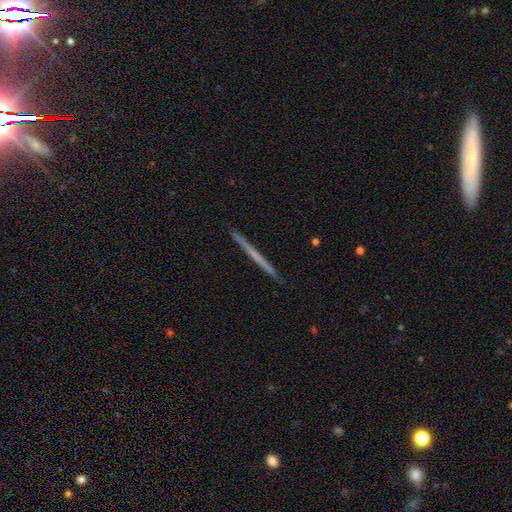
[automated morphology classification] Smooth or featured?
  - featured or disk: 55% *
  - smooth: 39%
  - star or artifact: 6%
Edge-on disk?
  - yes: 98% *
  - no: 2%
Edge-on bulge?
  - none: 90% *
  - rounded: 7%
  - boxy: 3%
Merging?
  - none: 93% *
  - minor disturbance: 5%
  - major disturbance: 1%
  - merger: 1%